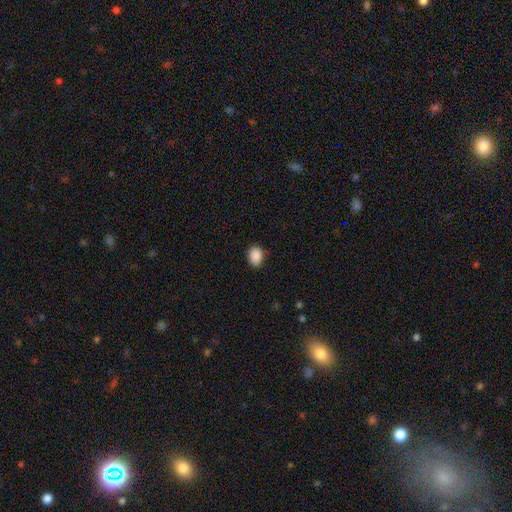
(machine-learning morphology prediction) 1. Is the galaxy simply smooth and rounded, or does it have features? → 89% smooth, 8% star or artifact, 3% featured or disk.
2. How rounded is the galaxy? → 67% in between, 32% round, 1% cigar-shaped.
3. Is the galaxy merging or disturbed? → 83% none, 14% minor disturbance, 3% major disturbance, 1% merger.